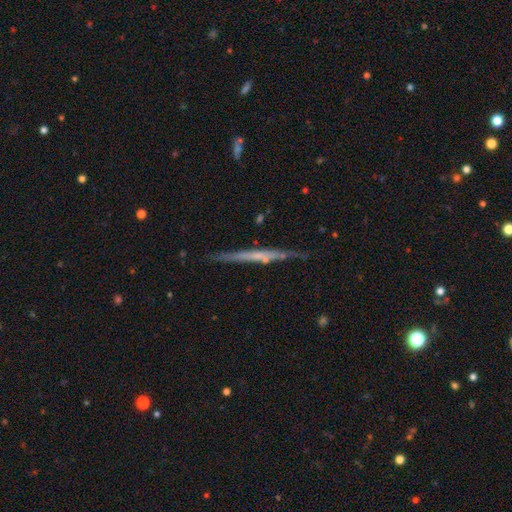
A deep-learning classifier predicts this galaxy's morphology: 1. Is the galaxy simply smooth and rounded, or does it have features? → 64% featured or disk, 30% smooth, 7% star or artifact.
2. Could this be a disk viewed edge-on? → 96% yes, 4% no.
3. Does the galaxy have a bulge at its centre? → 77% none, 17% rounded, 6% boxy.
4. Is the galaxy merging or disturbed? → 82% none, 12% minor disturbance, 3% merger, 2% major disturbance.